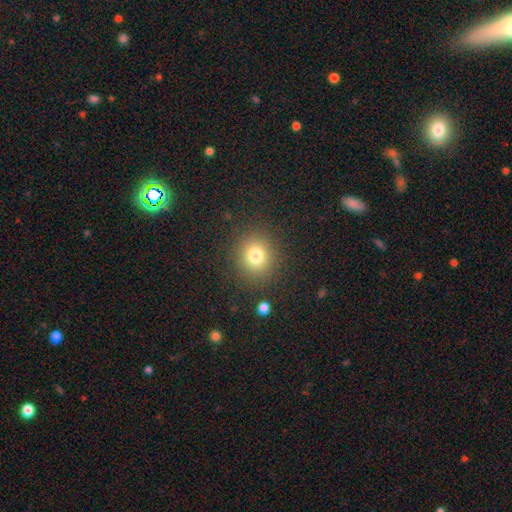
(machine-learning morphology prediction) Smooth or featured: smooth — 78% (star or artifact — 14%)
How rounded: round — 85% (in between — 14%)
Merging: none — 87% (minor disturbance — 7%)